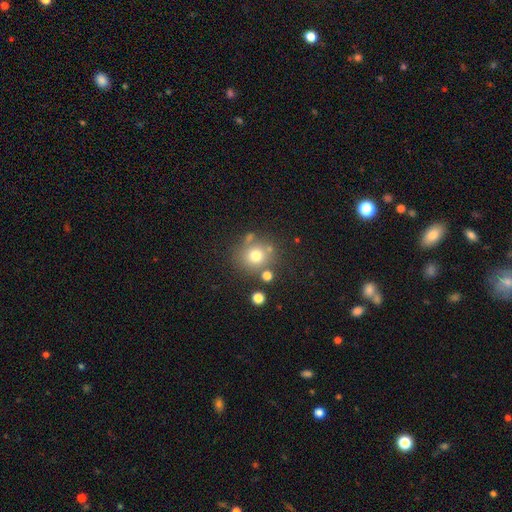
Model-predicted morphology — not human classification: A smooth galaxy with no disk features (72%) that is round (87%). Merging: none (71%).